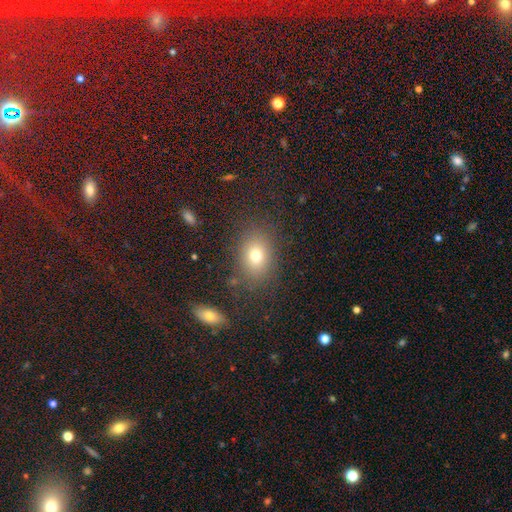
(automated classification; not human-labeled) This appears to be a smooth galaxy with no disk features (74%) that is in between round and cigar-shaped (63%). Merging: none (81%).